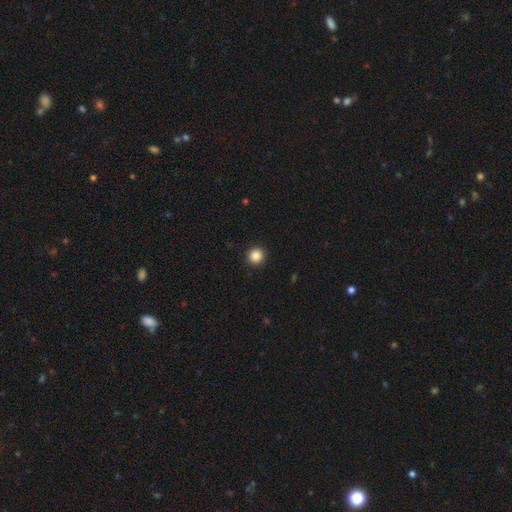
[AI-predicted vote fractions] Smooth or featured? Predicted: smooth (p=0.86). How rounded? Predicted: round (p=0.94). Merging? Predicted: none (p=0.93).